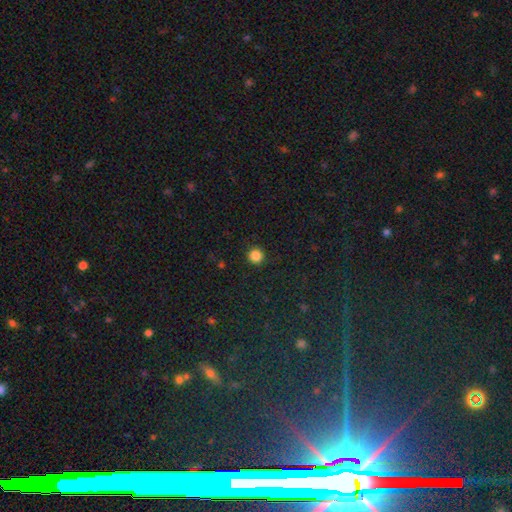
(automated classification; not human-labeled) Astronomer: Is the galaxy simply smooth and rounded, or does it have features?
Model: smooth — 85%.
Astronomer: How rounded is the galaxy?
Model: round — 95%.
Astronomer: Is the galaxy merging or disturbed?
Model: none — 92%.